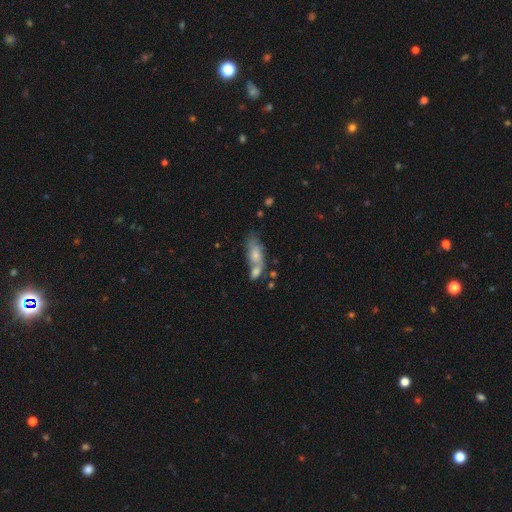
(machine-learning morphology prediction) This appears to be a smooth galaxy with no disk features (58%) that is in between round and cigar-shaped (79%). Merging: merger (46%).